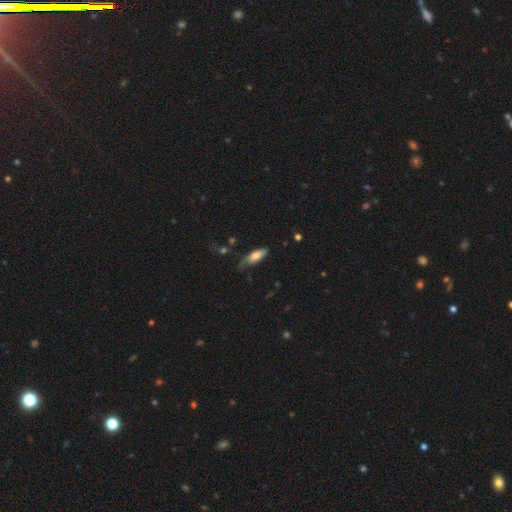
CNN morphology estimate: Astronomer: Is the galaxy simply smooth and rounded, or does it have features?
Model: smooth — 69%.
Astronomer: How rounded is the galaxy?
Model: in between — 64%.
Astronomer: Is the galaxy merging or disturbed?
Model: none — 47% (runner-up: minor disturbance, 35%).